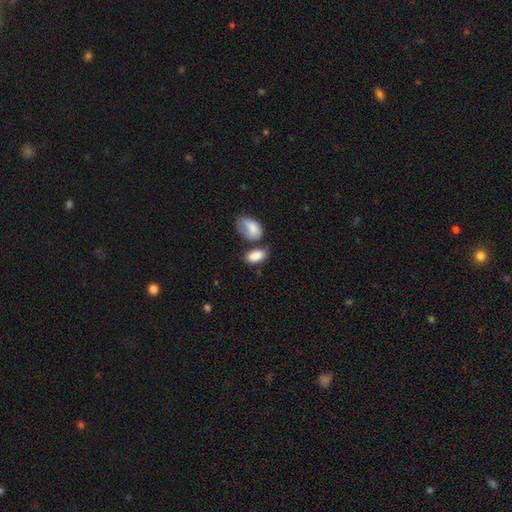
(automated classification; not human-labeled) This appears to be a smooth galaxy with no disk features (86%) that is in between round and cigar-shaped (92%). Merging: none (45%).